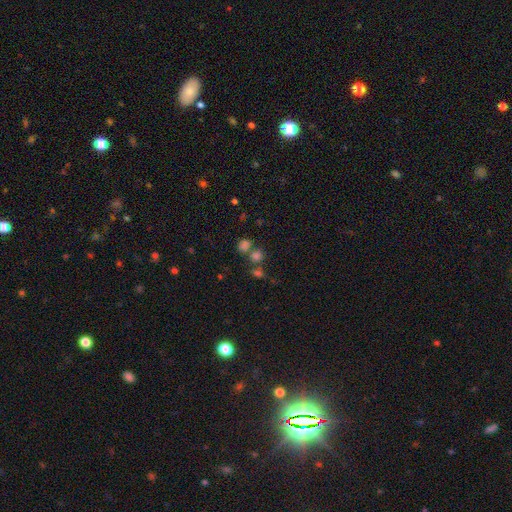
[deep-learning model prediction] smooth-or-featured: smooth: 61% | star or artifact: 30% | featured or disk: 9%
  how-rounded: round: 77% | in between: 21% | cigar-shaped: 2%
  merging: none: 57% | merger: 29% | minor disturbance: 9% | major disturbance: 5%